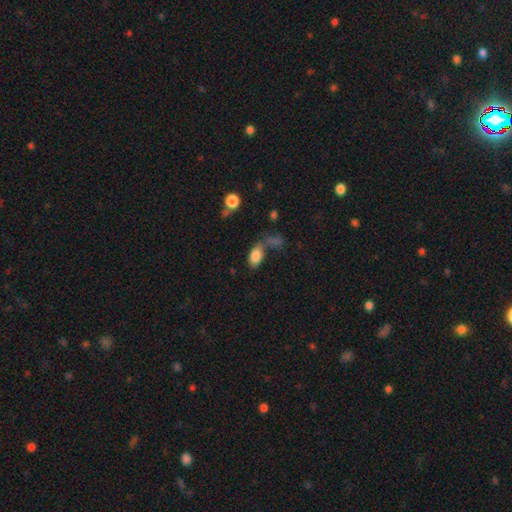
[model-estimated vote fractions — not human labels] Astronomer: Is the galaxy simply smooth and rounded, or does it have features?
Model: smooth — 82%.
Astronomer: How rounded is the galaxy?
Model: in between — 92%.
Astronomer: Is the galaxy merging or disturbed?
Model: none — 45% (runner-up: merger, 24%).